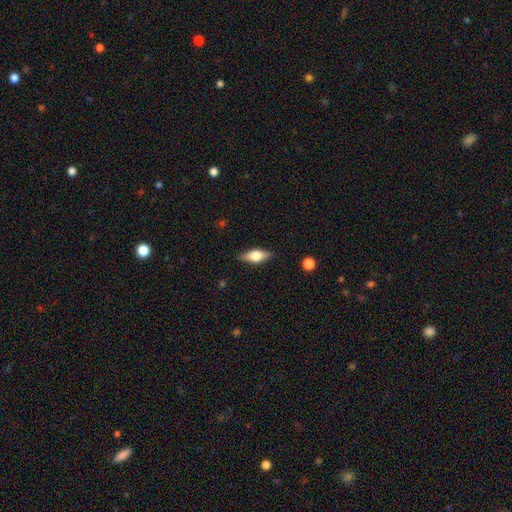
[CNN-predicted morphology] Smooth or featured: smooth — 56% (featured or disk — 37%)
How rounded: in between — 74% (cigar-shaped — 21%)
Merging: none — 85% (minor disturbance — 11%)